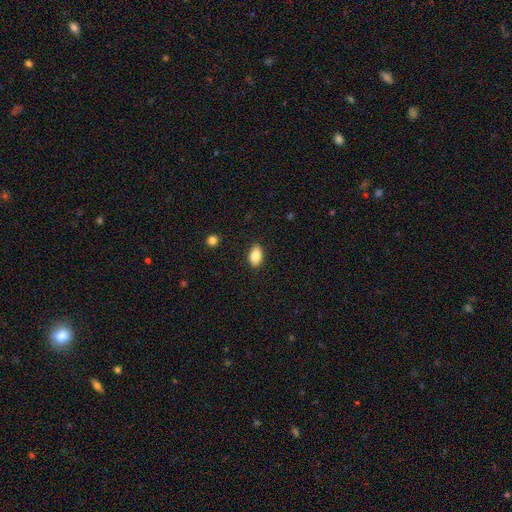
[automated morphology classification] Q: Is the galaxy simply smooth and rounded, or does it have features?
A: smooth — 85%.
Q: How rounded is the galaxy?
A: in between — 88%.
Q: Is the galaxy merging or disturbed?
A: none — 87%.